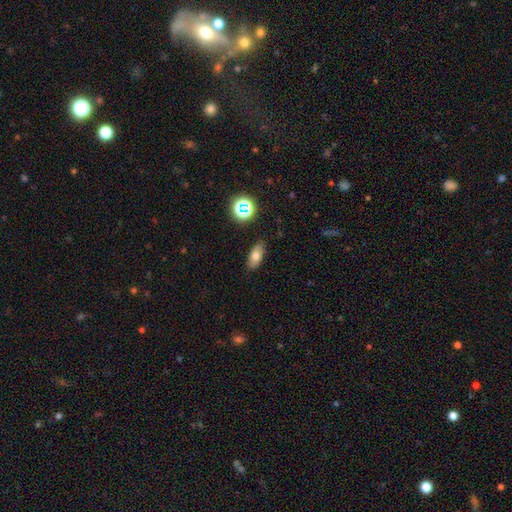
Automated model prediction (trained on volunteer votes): smooth-or-featured: smooth: 71% | featured or disk: 17% | star or artifact: 13%
  how-rounded: in between: 80% | cigar-shaped: 13% | round: 6%
  merging: none: 85% | minor disturbance: 11% | major disturbance: 2% | merger: 2%